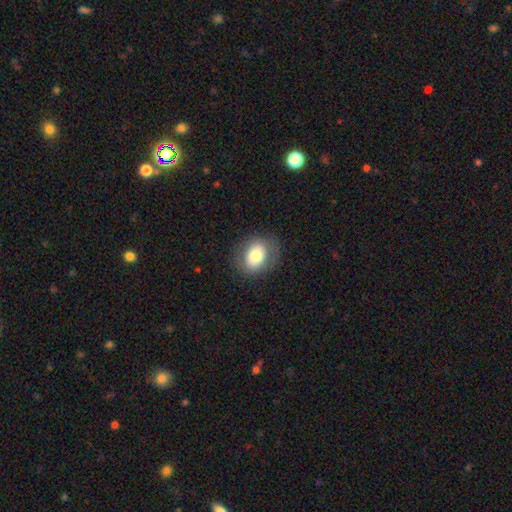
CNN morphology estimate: smooth_or_featured: smooth (p=0.71) [alt: featured or disk p=0.21]
how_rounded: in between (p=0.55) [alt: round p=0.44]
merging: none (p=0.81) [alt: minor disturbance p=0.12]